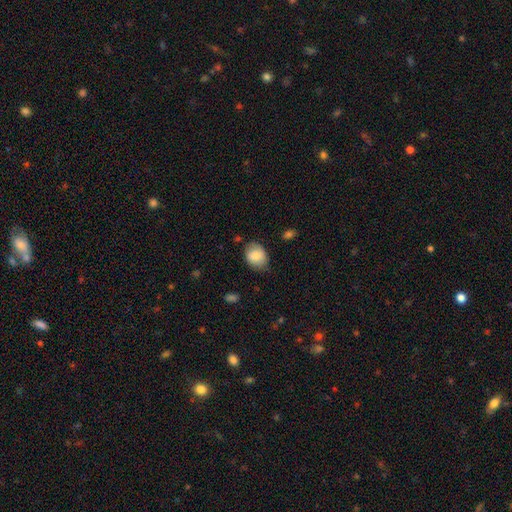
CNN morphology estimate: smooth-or-featured: smooth: 79% | featured or disk: 13% | star or artifact: 8%
  how-rounded: in between: 52% | round: 47% | cigar-shaped: 1%
  merging: none: 72% | minor disturbance: 22% | major disturbance: 5% | merger: 2%